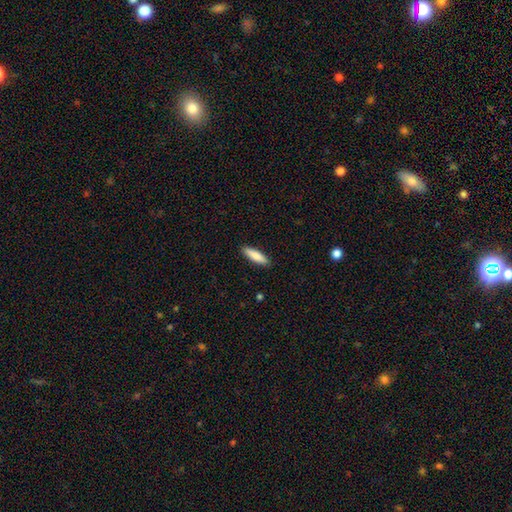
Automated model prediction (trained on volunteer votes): smooth 82%, featured or disk 13%, star or artifact 5%. Down the decision tree: how rounded — cigar-shaped (66%); merging — none (91%).